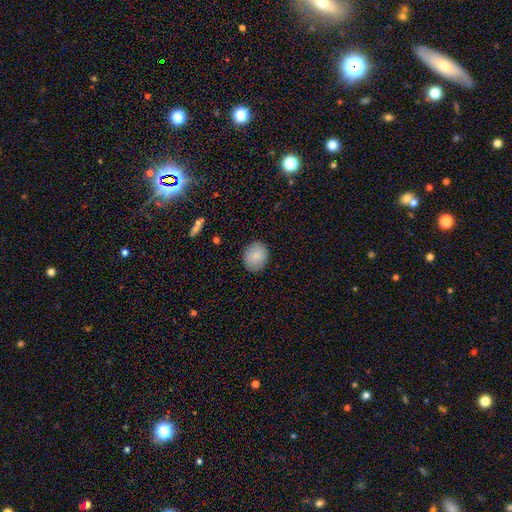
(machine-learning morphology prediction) This is clearly a smooth galaxy (86%). How rounded: likely round (65%). Merging: clearly none (88%).